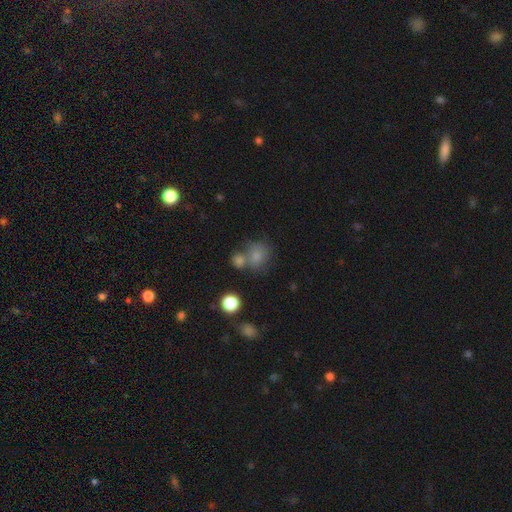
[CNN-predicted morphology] A smooth galaxy with no disk features (76%) that is round (74%). Merging: none (47%).